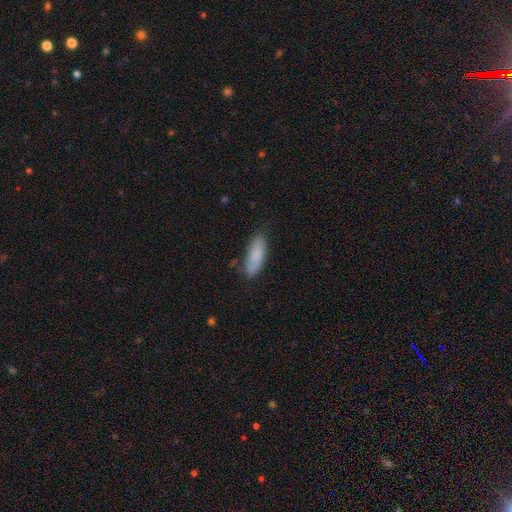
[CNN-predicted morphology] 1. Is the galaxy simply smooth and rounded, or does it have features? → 85% smooth, 9% featured or disk, 6% star or artifact.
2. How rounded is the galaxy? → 67% in between, 31% cigar-shaped, 2% round.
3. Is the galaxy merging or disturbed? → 78% none, 17% minor disturbance, 3% major disturbance, 2% merger.